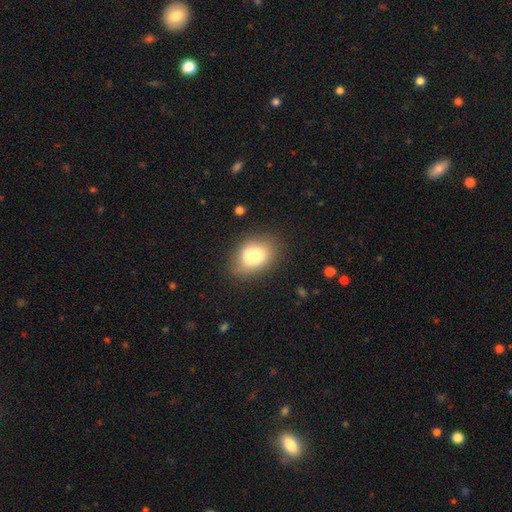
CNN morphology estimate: Smooth or featured: smooth — 69% (featured or disk — 21%)
How rounded: in between — 62% (round — 37%)
Merging: none — 46% (merger — 29%)